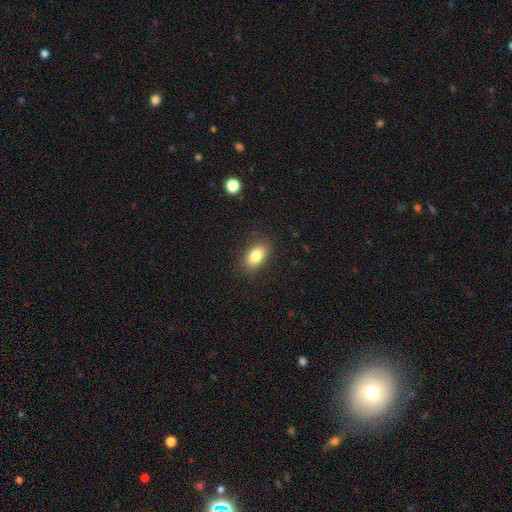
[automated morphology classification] Smooth or featured?
  - smooth: 83% *
  - featured or disk: 9%
  - star or artifact: 8%
How rounded?
  - in between: 88% *
  - round: 9%
  - cigar-shaped: 3%
Merging?
  - none: 86% *
  - minor disturbance: 10%
  - major disturbance: 3%
  - merger: 1%